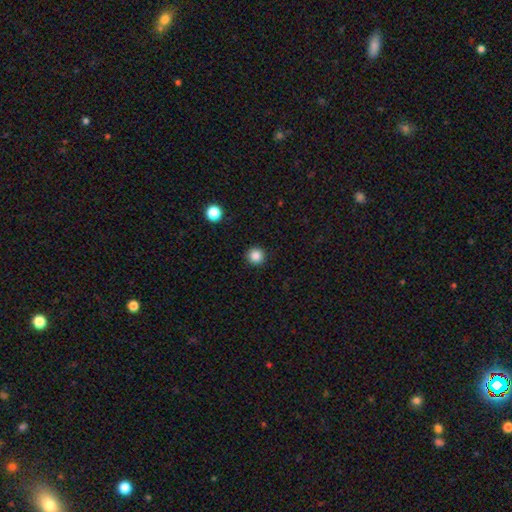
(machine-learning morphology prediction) A smooth galaxy with no disk features (86%) that is round (96%). Merging: none (93%).